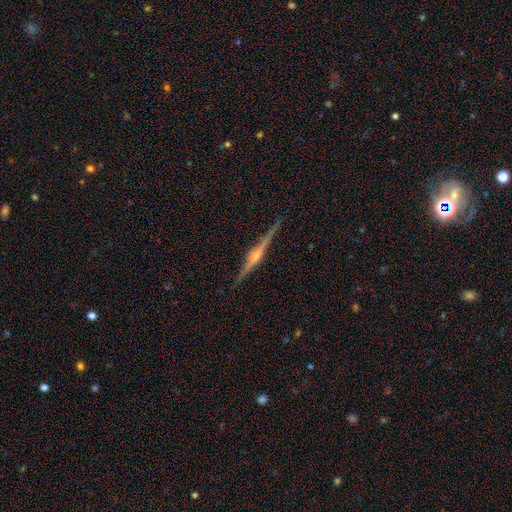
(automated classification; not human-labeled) featured or disk 88%, smooth 7%, star or artifact 5%. Down the decision tree: edge-on disk — yes (98%); edge-on bulge — rounded (85%); merging — none (91%).